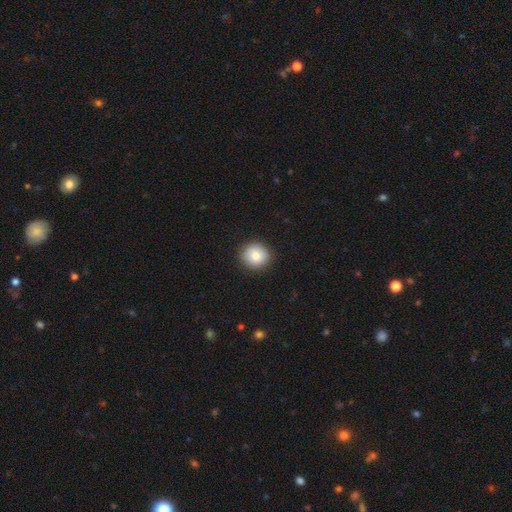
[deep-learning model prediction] Overall: smooth (82%). How rounded: round (91%). Merging: none (90%).